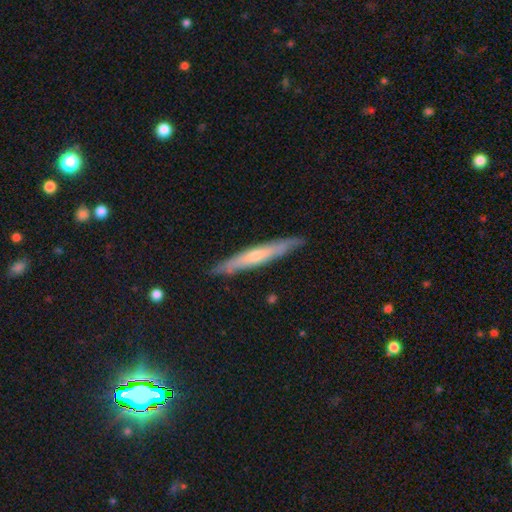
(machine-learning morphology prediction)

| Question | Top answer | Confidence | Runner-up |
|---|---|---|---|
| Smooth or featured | featured or disk | 50% | smooth (45%) |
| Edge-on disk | yes | 86% | no (14%) |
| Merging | none | 85% | minor disturbance (12%) |